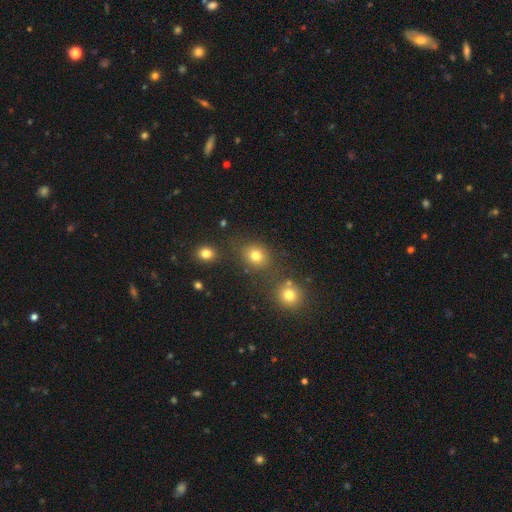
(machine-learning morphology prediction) This appears to be a smooth galaxy with no disk features (77%) that is round (64%). Merging: none (74%).